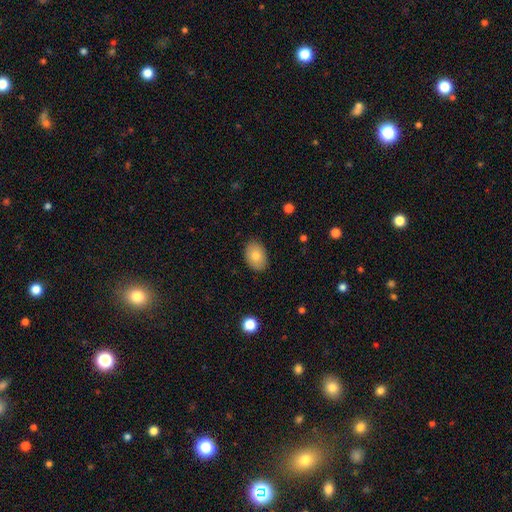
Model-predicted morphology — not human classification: Smooth or featured?
  - smooth: 81% *
  - featured or disk: 12%
  - star or artifact: 7%
How rounded?
  - in between: 82% *
  - round: 17%
  - cigar-shaped: 1%
Merging?
  - none: 87% *
  - minor disturbance: 10%
  - major disturbance: 2%
  - merger: 1%